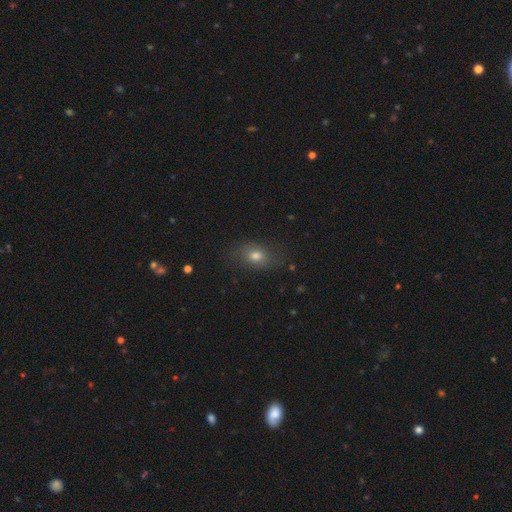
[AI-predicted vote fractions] Q: Smooth or featured?
A: smooth (72%); runner-up: star or artifact (14%)
Q: How rounded?
A: in between (71%); runner-up: round (27%)
Q: Merging?
A: none (78%); runner-up: minor disturbance (15%)